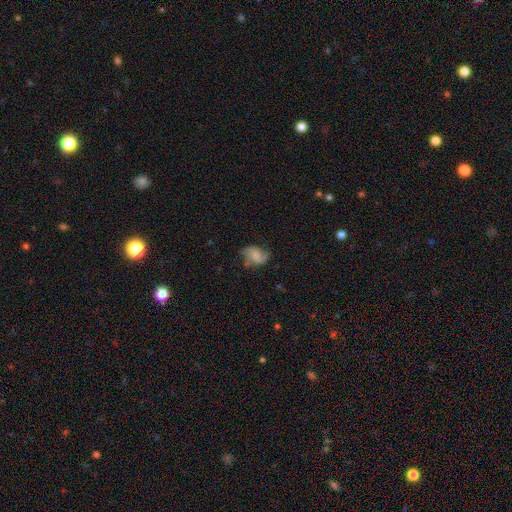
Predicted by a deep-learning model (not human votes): smooth_or_featured: featured or disk (p=0.54) [alt: smooth p=0.37]
disk_edge_on: no (p=0.97) [alt: yes p=0.03]
bar: no (p=0.57) [alt: weak p=0.36]
has_spiral_arms: yes (p=0.86) [alt: no p=0.14]
bulge_size: small (p=0.39) [alt: moderate p=0.30]
merging: none (p=0.54) [alt: minor disturbance p=0.28]